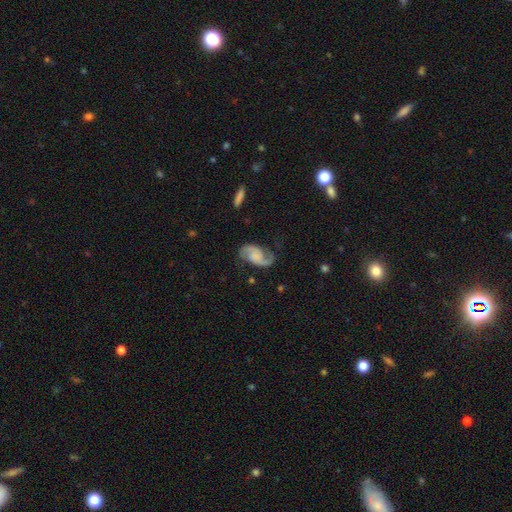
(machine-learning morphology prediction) smooth-or-featured: featured or disk: 85% | smooth: 10% | star or artifact: 6%
  disk-edge-on: no: 98% | yes: 2%
    bar: no: 61% | weak: 31% | strong: 8%
    has-spiral-arms: yes: 97% | no: 3%
      spiral-winding: medium: 47% | loose: 40% | tight: 14%
      spiral-arm-count: 2: 92% | 1: 3% | can't tell: 2% | 3: 1% | 4: 1% | more than 4: 1%
    bulge-size: none: 53% | small: 17% | moderate: 15% | large: 12% | dominant: 3%
  merging: none: 73% | minor disturbance: 17% | major disturbance: 8% | merger: 2%